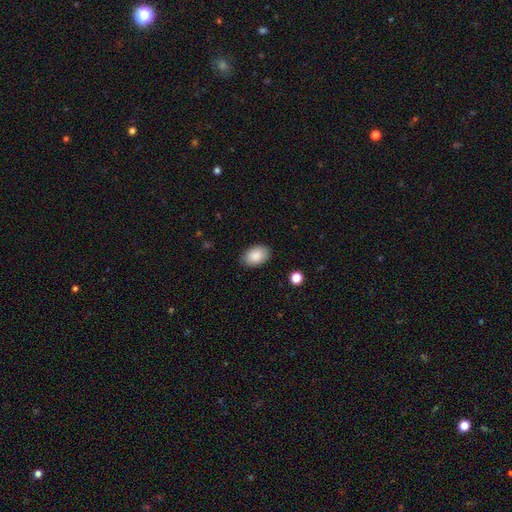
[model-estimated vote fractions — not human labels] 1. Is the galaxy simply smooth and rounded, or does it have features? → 89% smooth, 7% star or artifact, 4% featured or disk.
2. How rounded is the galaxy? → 89% in between, 10% round, 1% cigar-shaped.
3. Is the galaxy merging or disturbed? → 86% none, 10% minor disturbance, 2% major disturbance, 1% merger.